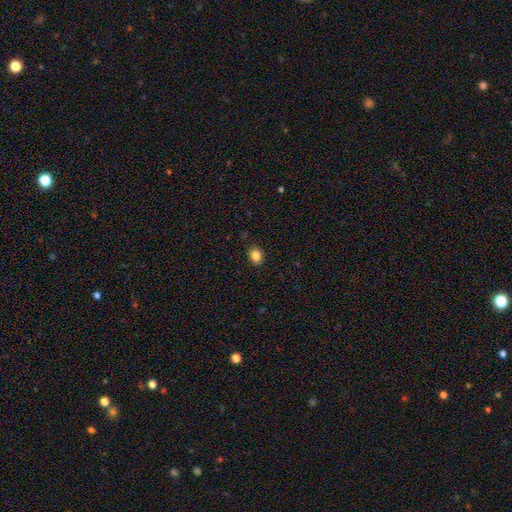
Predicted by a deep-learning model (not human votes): A smooth galaxy with no disk features (85%) that is in between round and cigar-shaped (59%). Merging: none (88%).